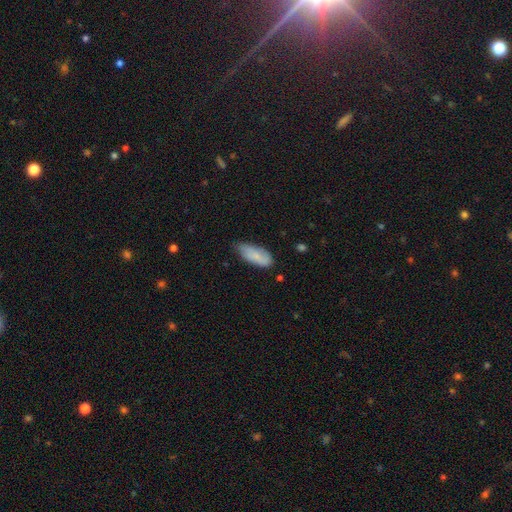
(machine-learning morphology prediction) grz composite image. It shows a smooth galaxy with no disk features (78%) that is in between round and cigar-shaped (84%). Merging: none (55%).